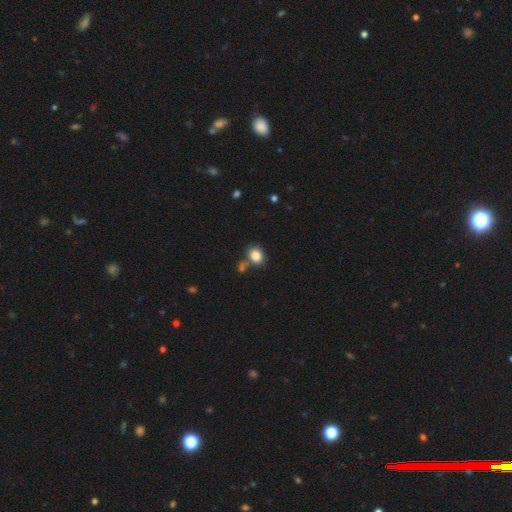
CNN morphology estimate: smooth_or_featured: smooth (p=0.84) [alt: star or artifact p=0.10]
how_rounded: round (p=0.57) [alt: in between p=0.42]
merging: none (p=0.67) [alt: merger p=0.16]